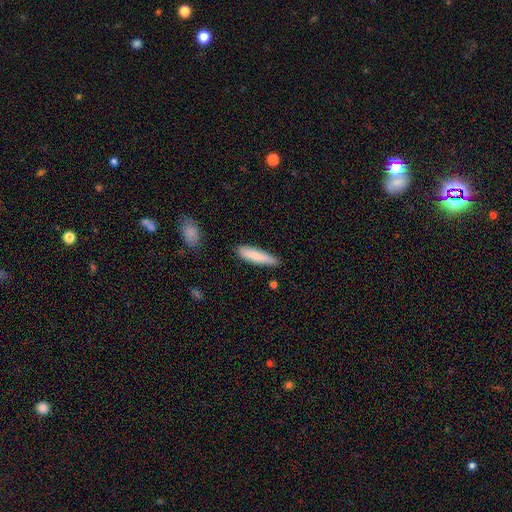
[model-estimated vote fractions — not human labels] Q: Smooth or featured?
A: smooth (83%); runner-up: featured or disk (11%)
Q: How rounded?
A: cigar-shaped (75%); runner-up: in between (23%)
Q: Merging?
A: none (81%); runner-up: minor disturbance (15%)